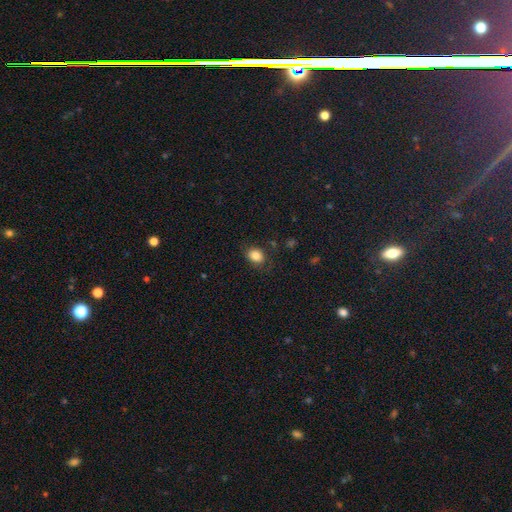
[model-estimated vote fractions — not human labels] Smooth or featured? Predicted: smooth (p=0.85). How rounded? Predicted: in between (p=0.63). Merging? Predicted: none (p=0.78).